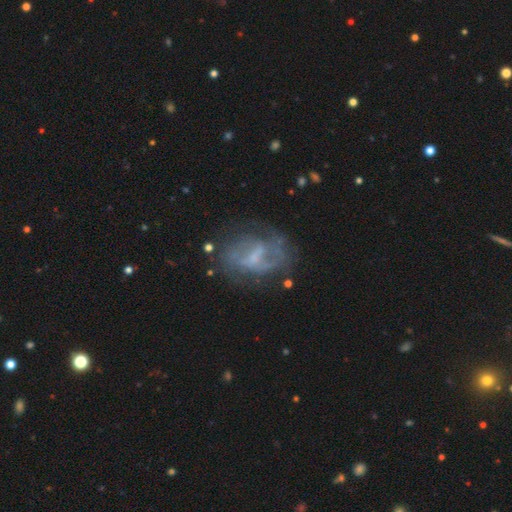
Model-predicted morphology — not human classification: This appears to be a featured or disk galaxy (70%) with a weak bar (49%), spiral arms (67%) and a small central bulge (42%). Merging: none (57%).